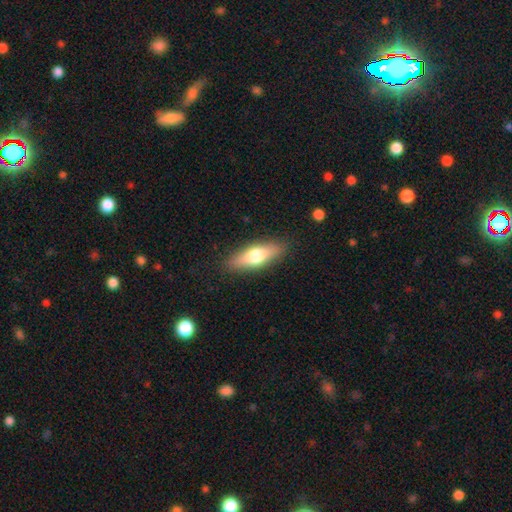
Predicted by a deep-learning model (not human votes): Smooth or featured?
  - smooth: 61% *
  - featured or disk: 32%
  - star or artifact: 6%
How rounded?
  - in between: 52% *
  - cigar-shaped: 45%
  - round: 3%
Merging?
  - none: 87% *
  - minor disturbance: 9%
  - major disturbance: 2%
  - merger: 1%